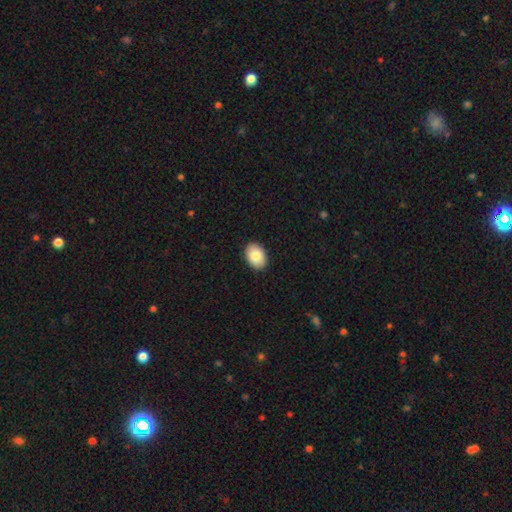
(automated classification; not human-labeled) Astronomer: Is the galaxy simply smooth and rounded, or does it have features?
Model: smooth — 86%.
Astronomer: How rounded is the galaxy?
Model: in between — 84%.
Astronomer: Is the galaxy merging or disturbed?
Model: none — 91%.